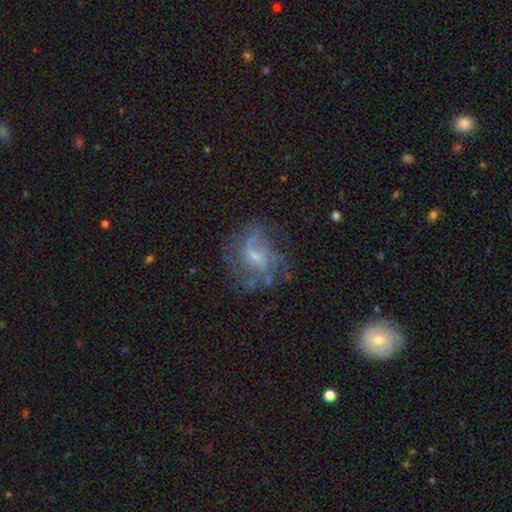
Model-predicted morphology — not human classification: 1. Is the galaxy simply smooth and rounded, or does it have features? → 72% featured or disk, 18% smooth, 10% star or artifact.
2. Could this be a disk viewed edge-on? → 97% no, 3% yes.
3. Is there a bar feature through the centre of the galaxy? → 48% weak, 42% no, 9% strong.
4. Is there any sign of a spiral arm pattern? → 77% yes, 23% no.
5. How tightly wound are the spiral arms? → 43% medium, 31% loose, 26% tight.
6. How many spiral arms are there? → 40% can't tell, 22% 2, 17% 3, 8% 4, 7% 1, 5% more than 4.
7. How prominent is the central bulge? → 62% small, 24% moderate, 12% none, 2% large, 1% dominant.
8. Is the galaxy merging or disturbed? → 55% none, 21% major disturbance, 21% minor disturbance, 3% merger.